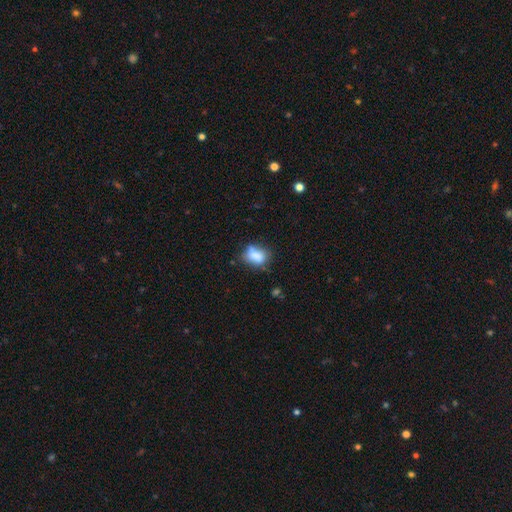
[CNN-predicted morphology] Q: Smooth or featured?
A: smooth (76%); runner-up: featured or disk (14%)
Q: How rounded?
A: in between (72%); runner-up: round (25%)
Q: Merging?
A: none (48%); runner-up: minor disturbance (29%)